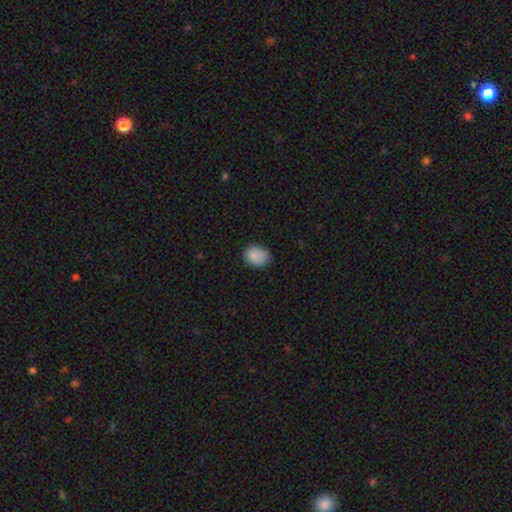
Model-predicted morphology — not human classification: Smooth or featured? Predicted: smooth (p=0.87). How rounded? Predicted: in between (p=0.61). Merging? Predicted: none (p=0.75).